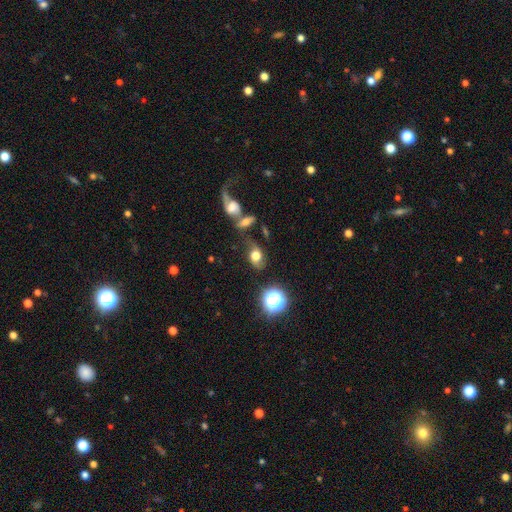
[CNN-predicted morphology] A smooth galaxy with no disk features (55%) that is in between round and cigar-shaped (68%). Merging: none (49%).